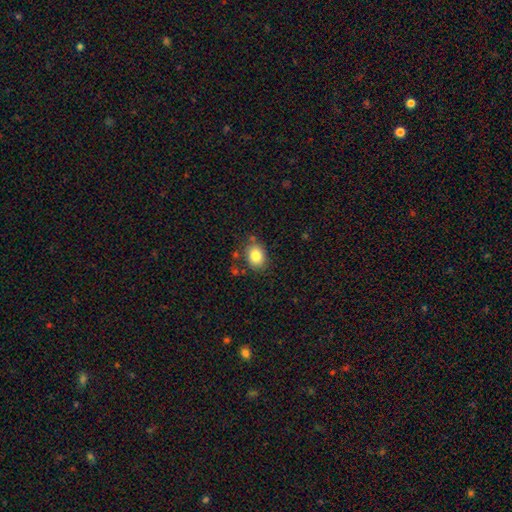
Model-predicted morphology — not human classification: Smooth or featured? smooth (84%)
How rounded? in between (59%)
Merging? none (79%)